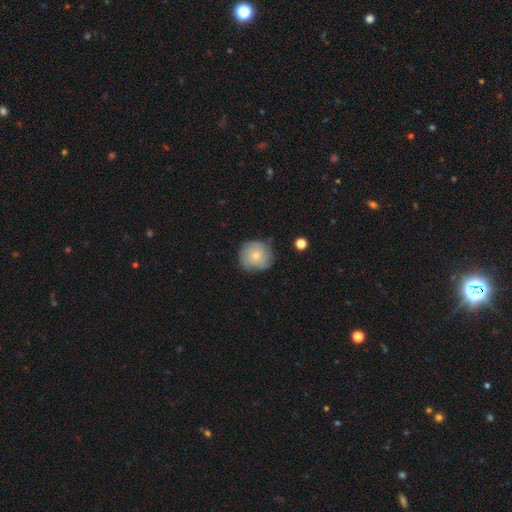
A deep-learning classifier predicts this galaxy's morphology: Smooth or featured? Predicted: smooth (p=0.62). How rounded? Predicted: round (p=0.89). Merging? Predicted: none (p=0.74).